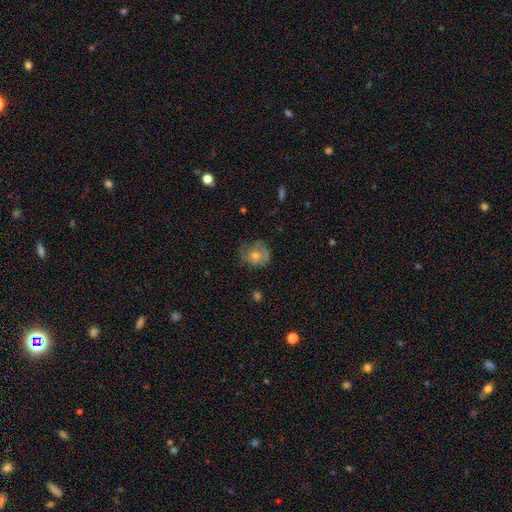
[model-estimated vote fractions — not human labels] A featured or disk galaxy (52%) with no bar (80%), spiral arms (64%) and a moderate central bulge (63%). Merging: none (65%).